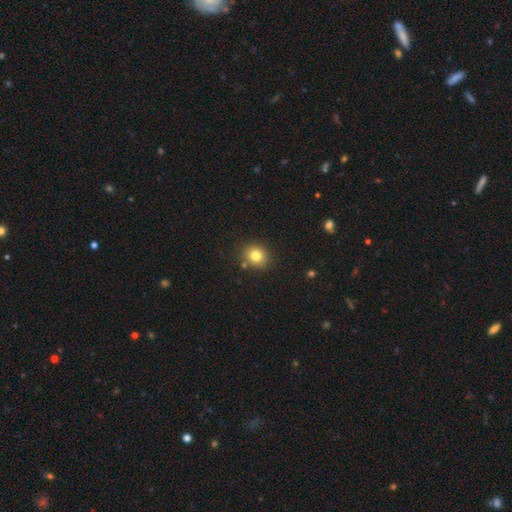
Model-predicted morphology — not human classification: smooth-or-featured: smooth: 79% | star or artifact: 12% | featured or disk: 8%
  how-rounded: round: 79% | in between: 20% | cigar-shaped: 1%
  merging: none: 84% | minor disturbance: 9% | merger: 5% | major disturbance: 2%